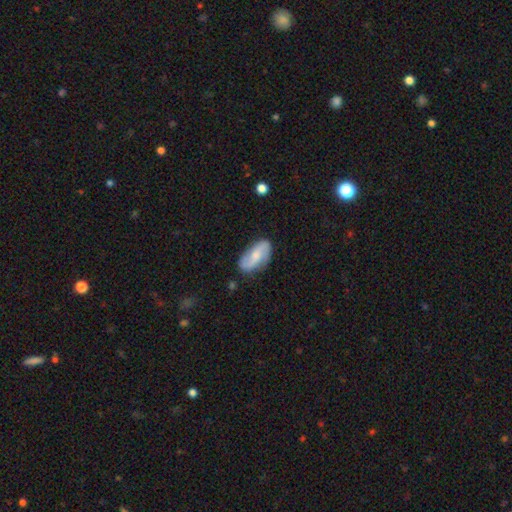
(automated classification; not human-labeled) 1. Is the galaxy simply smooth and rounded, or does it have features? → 58% featured or disk, 36% smooth, 6% star or artifact.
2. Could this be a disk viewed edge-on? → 95% no, 5% yes.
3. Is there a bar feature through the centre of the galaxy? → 49% no, 38% weak, 13% strong.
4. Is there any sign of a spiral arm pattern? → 90% yes, 10% no.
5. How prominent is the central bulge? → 44% moderate, 43% small, 8% none, 4% large, 1% dominant.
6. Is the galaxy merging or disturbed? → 79% none, 16% minor disturbance, 4% major disturbance, 2% merger.